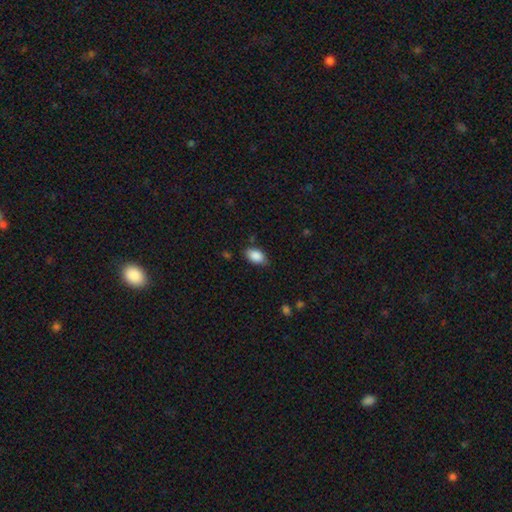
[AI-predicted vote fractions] Smooth or featured? Predicted: smooth (p=0.88). How rounded? Predicted: in between (p=0.91). Merging? Predicted: none (p=0.75).